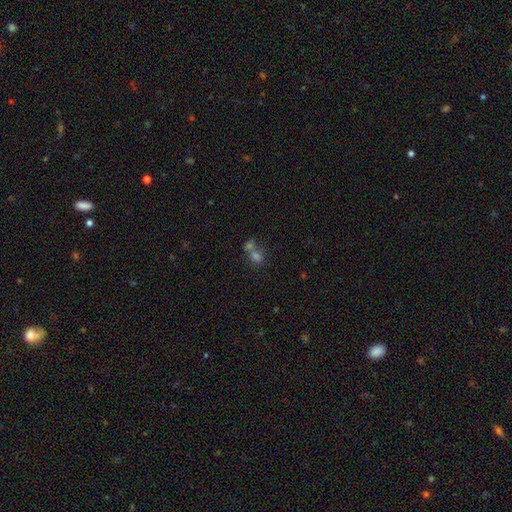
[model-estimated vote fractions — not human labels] Overall: smooth (62%; star or artifact 24%). How rounded: round (64%; in between 34%). Merging: merger (52%; none 37%).